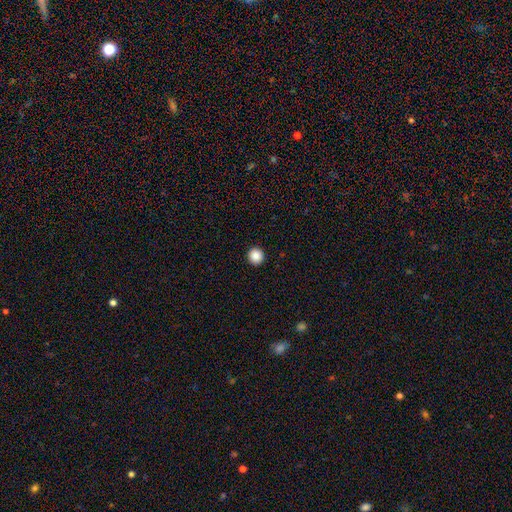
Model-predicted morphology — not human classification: smooth-or-featured: smooth: 87% | star or artifact: 9% | featured or disk: 3%
  how-rounded: round: 96% | in between: 3% | cigar-shaped: 1%
  merging: none: 94% | minor disturbance: 4% | major disturbance: 1% | merger: 1%